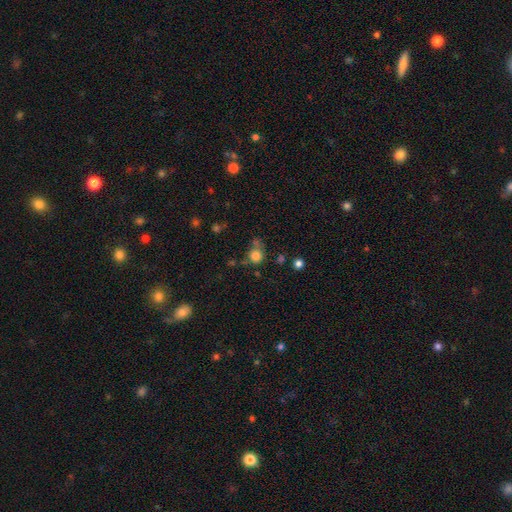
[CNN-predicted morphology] The model was most divided on "merging": none: 54%, merger: 19%, minor disturbance: 18%, major disturbance: 9%. More confident: how rounded — round (86%); smooth or featured — smooth (79%).